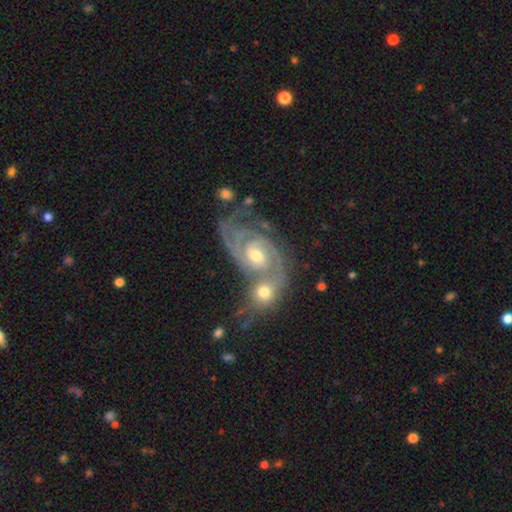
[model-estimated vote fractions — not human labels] Q: Smooth or featured?
A: featured or disk (88%); runner-up: smooth (7%)
Q: Edge-on disk?
A: no (97%); runner-up: yes (3%)
Q: Bar?
A: no (54%); runner-up: weak (36%)
Q: Spiral arms?
A: yes (97%); runner-up: no (3%)
Q: Spiral winding?
A: tight (62%); runner-up: medium (32%)
Q: Spiral arm count?
A: 2 (51%); runner-up: 3 (18%)
Q: Bulge size?
A: moderate (65%); runner-up: small (26%)
Q: Merging?
A: merger (52%); runner-up: none (27%)